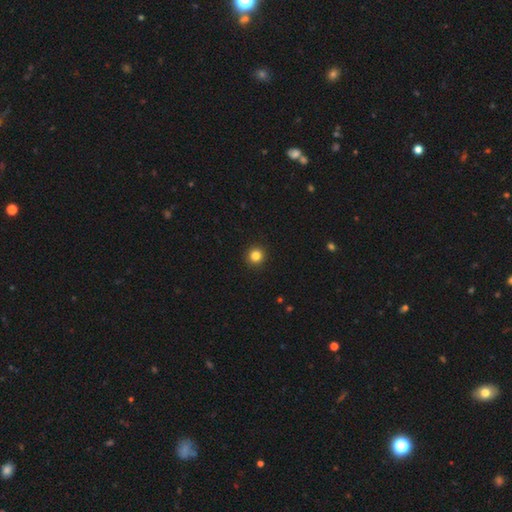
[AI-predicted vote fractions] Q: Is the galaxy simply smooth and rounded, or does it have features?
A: smooth — 84%.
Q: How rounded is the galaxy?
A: round — 95%.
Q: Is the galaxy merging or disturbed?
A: none — 94%.